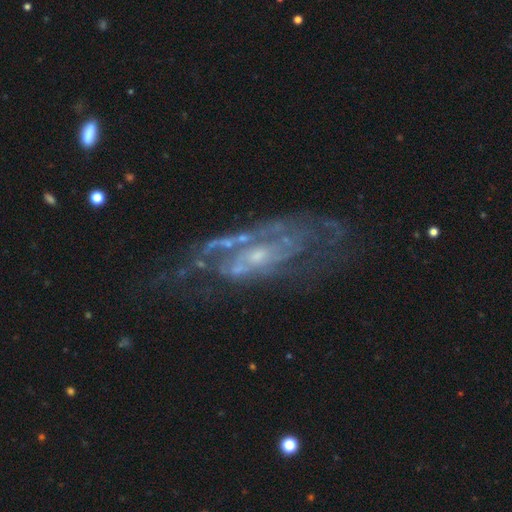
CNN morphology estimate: Smooth or featured? Predicted: featured or disk (p=0.81). Edge-on disk? Predicted: no (p=0.90). Bar? Predicted: no (p=0.61). Spiral arms? Predicted: yes (p=0.76). Spiral winding? Predicted: tight (p=0.43). Spiral arm count? Predicted: can't tell (p=0.45). Bulge size? Predicted: small (p=0.67). Merging? Predicted: none (p=0.51).